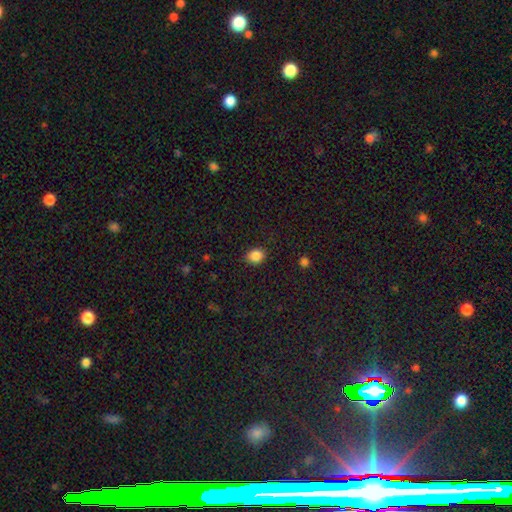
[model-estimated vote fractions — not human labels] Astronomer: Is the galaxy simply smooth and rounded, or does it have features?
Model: smooth — 86%.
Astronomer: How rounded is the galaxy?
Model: round — 54% (runner-up: in between, 45%).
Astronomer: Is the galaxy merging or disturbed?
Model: none — 87%.